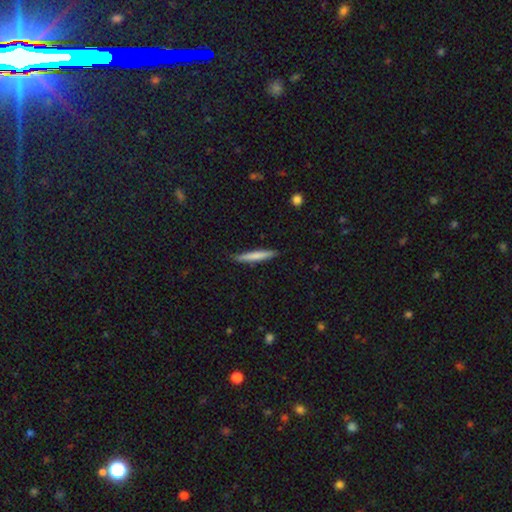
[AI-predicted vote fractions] smooth_or_featured: smooth (p=0.72) [alt: featured or disk p=0.23]
how_rounded: cigar-shaped (p=0.95) [alt: in between p=0.04]
merging: none (p=0.84) [alt: minor disturbance p=0.12]